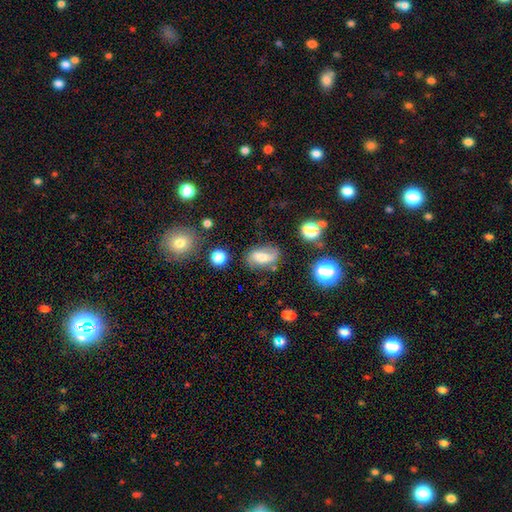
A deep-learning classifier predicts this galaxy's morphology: Smooth or featured? featured or disk (45%)
Merging? none (72%)